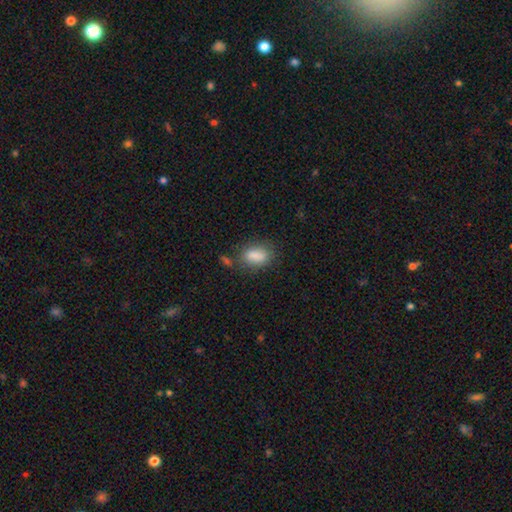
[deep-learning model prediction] A smooth galaxy with no disk features (86%) that is in between round and cigar-shaped (85%).

Vote fractions:
- Smooth or featured? smooth: 86% / star or artifact: 8% / featured or disk: 6%
- How rounded? in between: 85% / round: 8% / cigar-shaped: 6%
- Merging? none: 69% / minor disturbance: 18% / merger: 7% / major disturbance: 6%